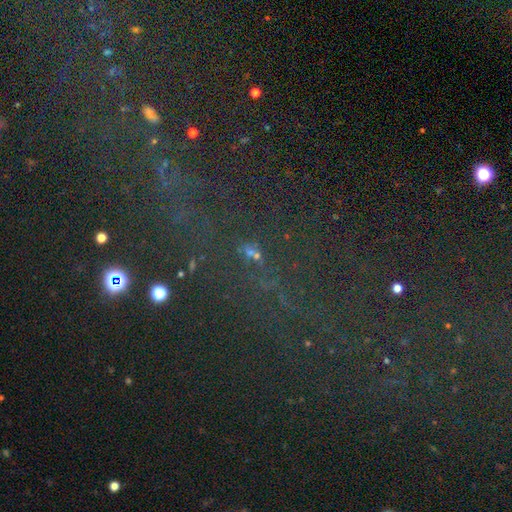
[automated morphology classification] This appears to be a star or artifact, not a galaxy (70%).